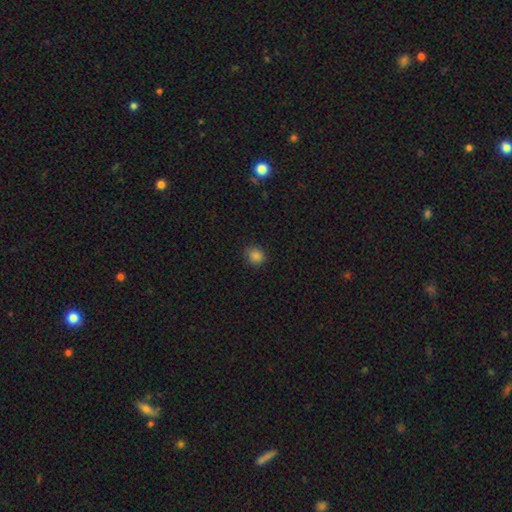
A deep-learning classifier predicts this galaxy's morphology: smooth_or_featured: smooth (p=0.84) [alt: star or artifact p=0.12]
how_rounded: round (p=0.79) [alt: in between p=0.20]
merging: none (p=0.84) [alt: minor disturbance p=0.12]